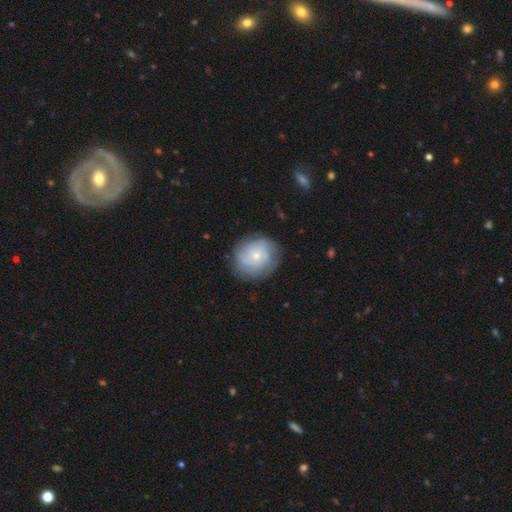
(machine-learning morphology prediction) type=featured or disk (48%); merging=none (77%).